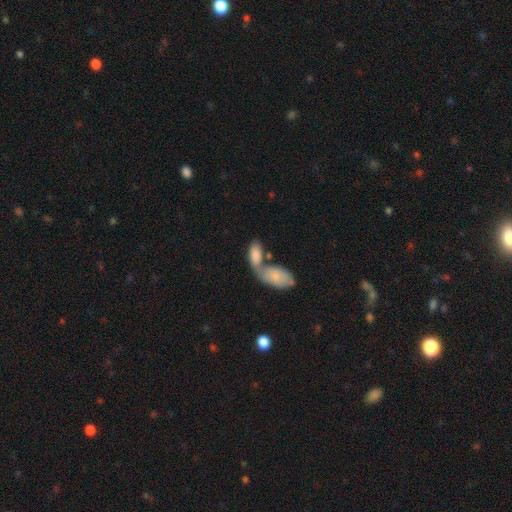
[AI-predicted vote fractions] A smooth galaxy with no disk features (76%) that is in between round and cigar-shaped (88%). Merging: merger (59%).